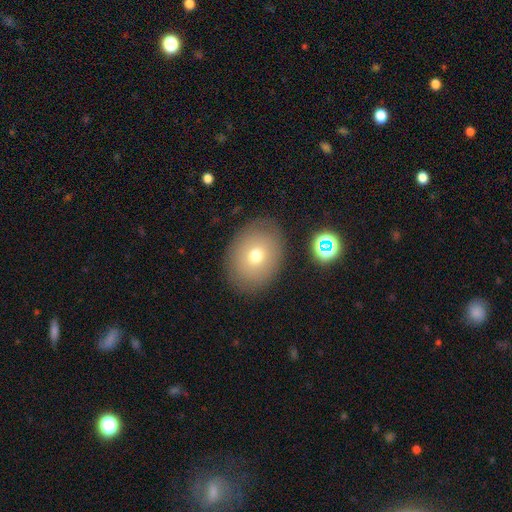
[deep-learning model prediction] Smooth or featured? smooth (71%)
How rounded? in between (58%)
Merging? none (82%)